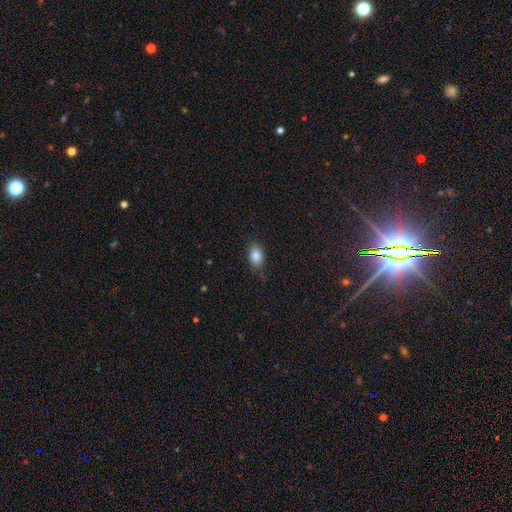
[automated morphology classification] Q: Smooth or featured?
A: smooth (84%); runner-up: star or artifact (9%)
Q: How rounded?
A: in between (83%); runner-up: round (16%)
Q: Merging?
A: none (78%); runner-up: minor disturbance (17%)